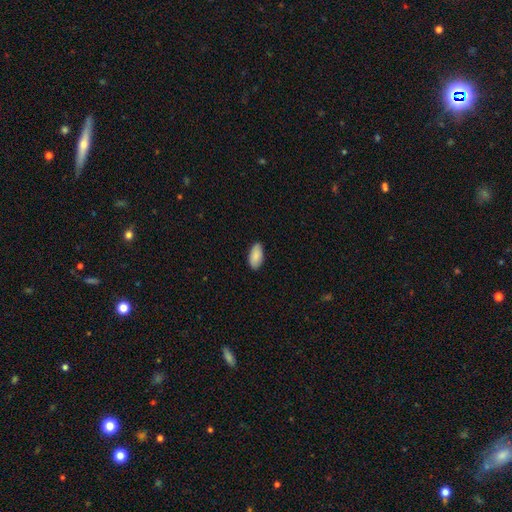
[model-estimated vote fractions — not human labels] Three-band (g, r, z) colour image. It shows a smooth galaxy with no disk features (88%) that is in between round and cigar-shaped (93%). Merging: none (87%).